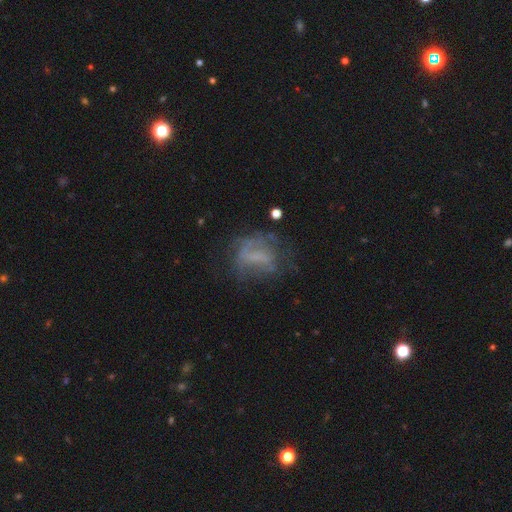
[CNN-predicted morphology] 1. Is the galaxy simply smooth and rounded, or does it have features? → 50% featured or disk, 33% smooth, 17% star or artifact.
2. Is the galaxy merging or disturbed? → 46% none, 28% major disturbance, 22% minor disturbance, 4% merger.